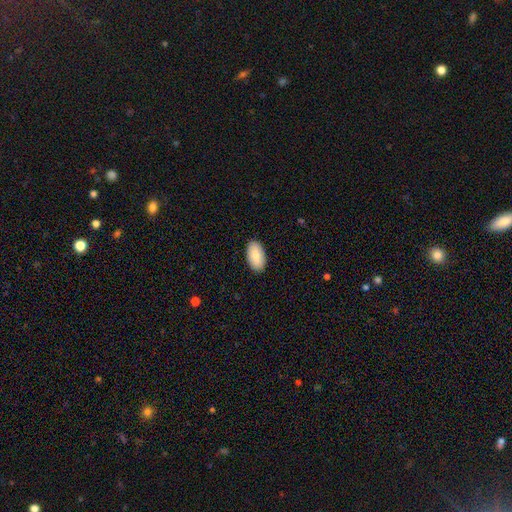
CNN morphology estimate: This appears to be a smooth galaxy with no disk features (86%) that is in between round and cigar-shaped (96%). Merging: none (89%).